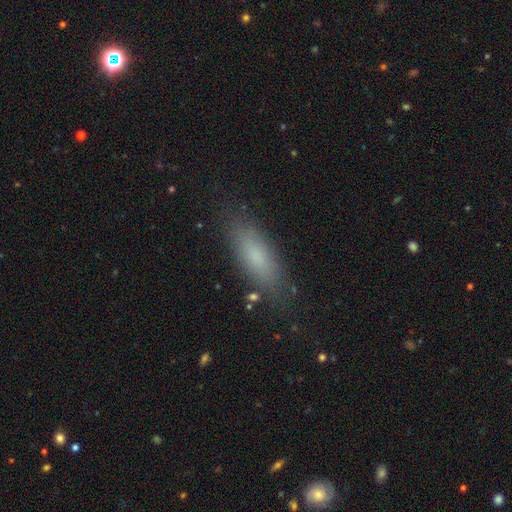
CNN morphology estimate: Smooth or featured? Predicted: smooth (p=0.78). How rounded? Predicted: in between (p=0.61). Merging? Predicted: none (p=0.83).